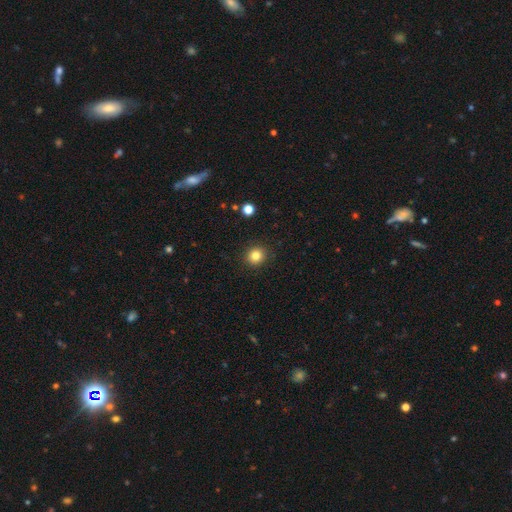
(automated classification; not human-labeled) Q: Smooth or featured?
A: smooth (83%); runner-up: star or artifact (12%)
Q: How rounded?
A: round (91%); runner-up: in between (8%)
Q: Merging?
A: none (92%); runner-up: minor disturbance (5%)